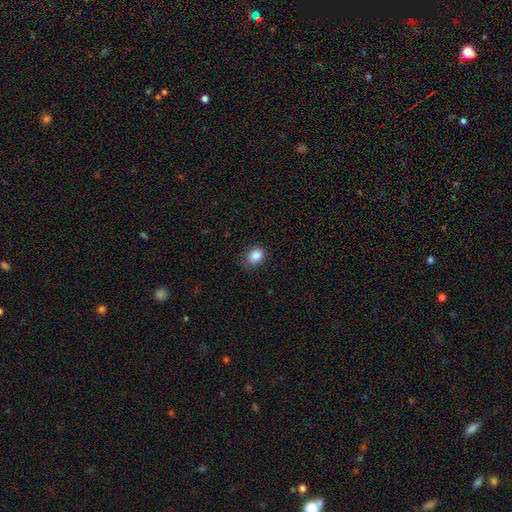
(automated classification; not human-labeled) Smooth or featured?
  - smooth: 87% *
  - star or artifact: 10%
  - featured or disk: 3%
How rounded?
  - round: 51% *
  - in between: 48%
  - cigar-shaped: 1%
Merging?
  - none: 80% *
  - minor disturbance: 16%
  - major disturbance: 4%
  - merger: 1%